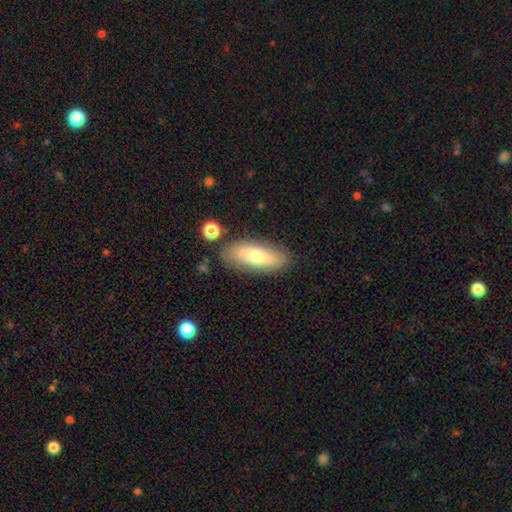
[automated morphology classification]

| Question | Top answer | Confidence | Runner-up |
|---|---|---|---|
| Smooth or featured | smooth | 65% | featured or disk (28%) |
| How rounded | in between | 73% | cigar-shaped (24%) |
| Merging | none | 81% | minor disturbance (12%) |